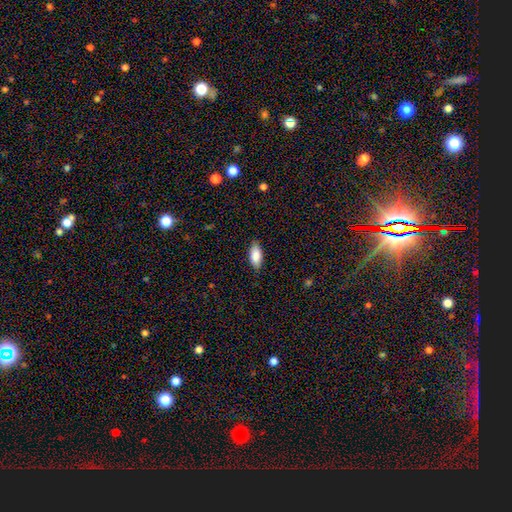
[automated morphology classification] Smooth or featured? Predicted: smooth (p=0.87). How rounded? Predicted: in between (p=0.87). Merging? Predicted: none (p=0.86).